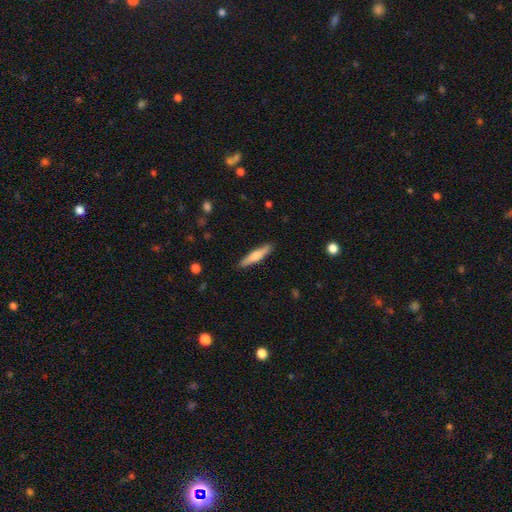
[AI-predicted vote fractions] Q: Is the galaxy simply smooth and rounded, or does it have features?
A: smooth — 63%.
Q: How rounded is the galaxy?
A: cigar-shaped — 84%.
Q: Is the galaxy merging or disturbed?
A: none — 88%.